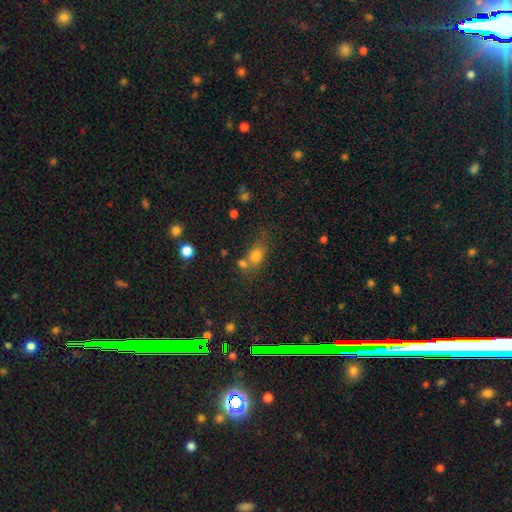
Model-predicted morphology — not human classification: smooth_or_featured: smooth (p=0.74) [alt: star or artifact p=0.15]
how_rounded: in between (p=0.53) [alt: round p=0.43]
merging: none (p=0.45) [alt: merger p=0.31]